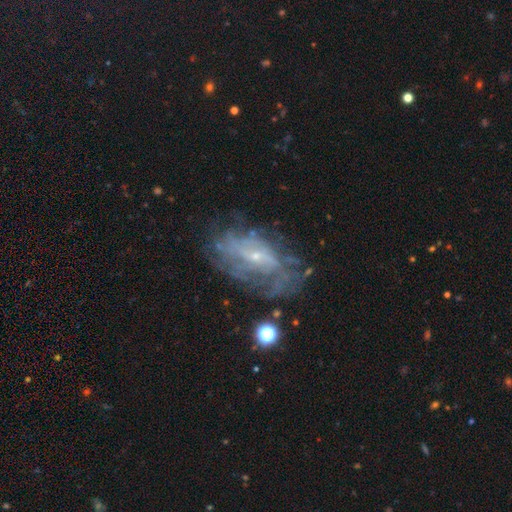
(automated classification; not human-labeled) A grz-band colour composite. It shows a featured or disk galaxy (74%) with no bar (55%), spiral arms (69%) and a small central bulge (79%). Merging: none (58%).